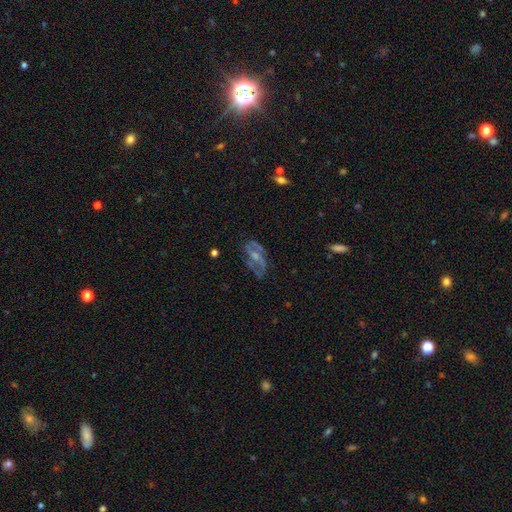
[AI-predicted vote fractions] smooth-or-featured: featured or disk: 73% | smooth: 18% | star or artifact: 9%
  disk-edge-on: no: 94% | yes: 6%
    bar: no: 59% | weak: 32% | strong: 9%
    has-spiral-arms: yes: 71% | no: 29%
    bulge-size: moderate: 48% | small: 39% | none: 8% | large: 4% | dominant: 1%
  merging: none: 56% | minor disturbance: 23% | major disturbance: 19% | merger: 3%